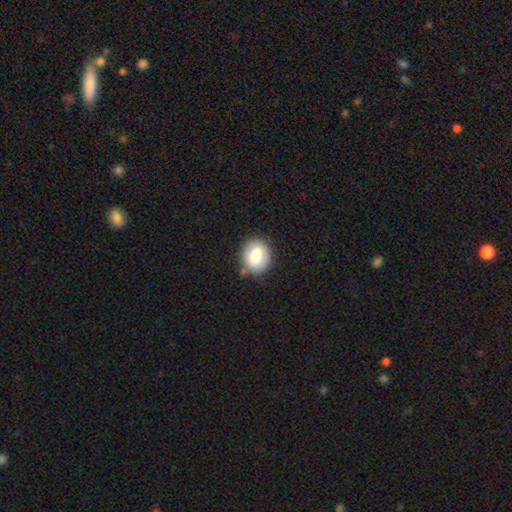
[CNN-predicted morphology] This appears to be a smooth galaxy with no disk features (77%) that is round (59%). Merging: none (83%).